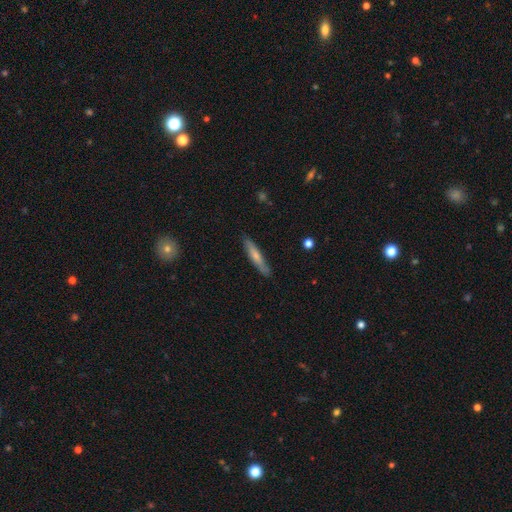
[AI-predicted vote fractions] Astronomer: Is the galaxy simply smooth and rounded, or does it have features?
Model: smooth — 60% (runner-up: featured or disk, 35%).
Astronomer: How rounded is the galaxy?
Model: cigar-shaped — 90%.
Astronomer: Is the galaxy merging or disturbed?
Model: none — 86%.